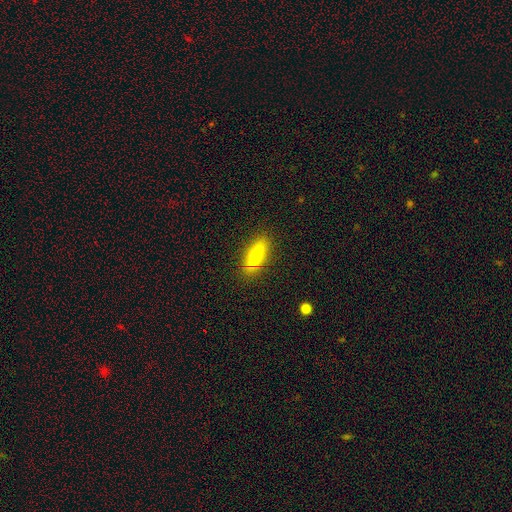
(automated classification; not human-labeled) Smooth or featured: smooth — 68% (featured or disk — 24%)
How rounded: in between — 61% (cigar-shaped — 36%)
Merging: none — 84% (minor disturbance — 12%)